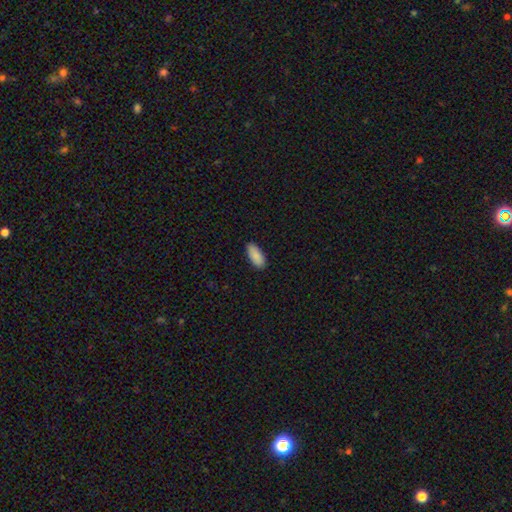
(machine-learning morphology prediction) Smooth or featured: smooth — 90% (star or artifact — 6%)
How rounded: in between — 86% (cigar-shaped — 12%)
Merging: none — 88% (minor disturbance — 9%)